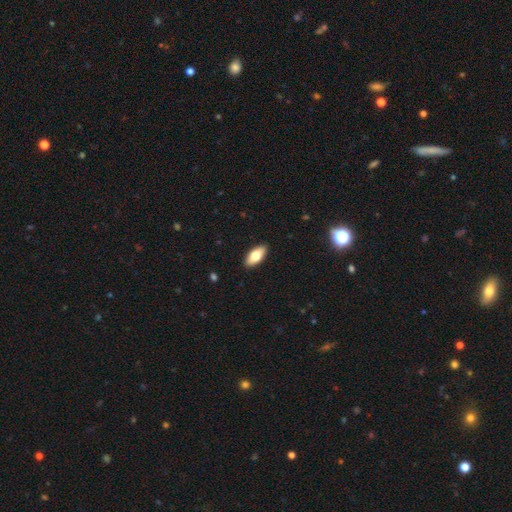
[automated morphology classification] type=smooth (74%); roundness=in between (89%); merging=none (90%).